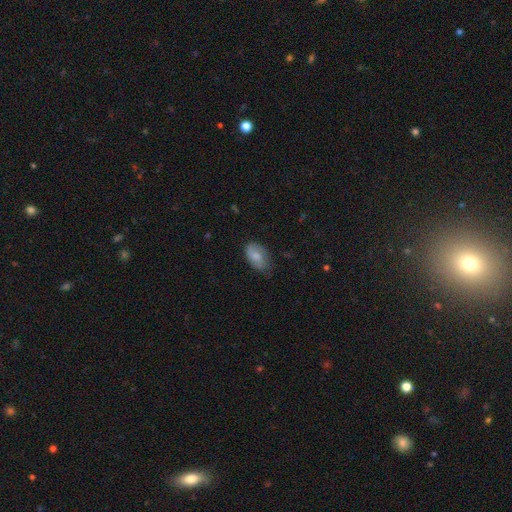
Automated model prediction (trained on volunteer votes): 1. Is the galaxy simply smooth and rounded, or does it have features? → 77% smooth, 16% featured or disk, 7% star or artifact.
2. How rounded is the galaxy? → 92% in between, 6% round, 2% cigar-shaped.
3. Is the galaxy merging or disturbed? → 59% none, 33% minor disturbance, 7% major disturbance, 1% merger.